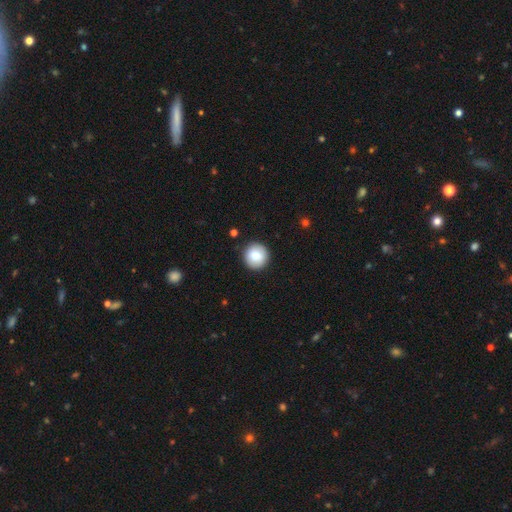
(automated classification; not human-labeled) This appears to be a smooth galaxy with no disk features (83%) that is round (96%). Merging: none (92%).